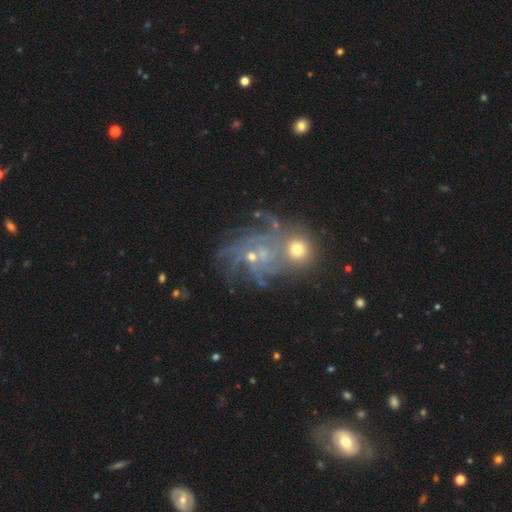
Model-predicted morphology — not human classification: Smooth or featured? featured or disk (76%)
Edge-on disk? no (98%)
Bar? no (74%)
Spiral arms? yes (90%)
Spiral winding? tight (48%)
Spiral arm count? can't tell (28%)
Bulge size? small (66%)
Merging? none (48%)